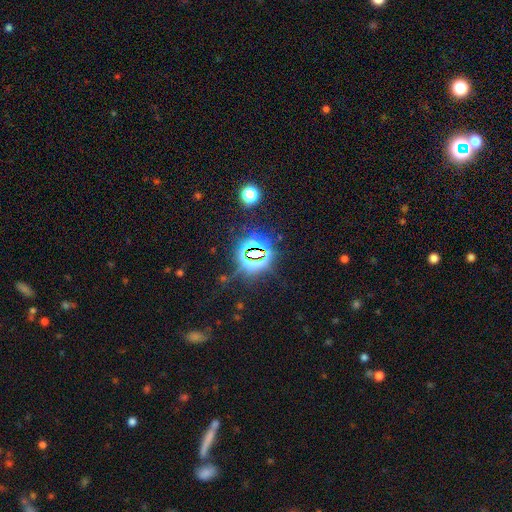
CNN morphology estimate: This appears to be a star or artifact, not a galaxy (81%).